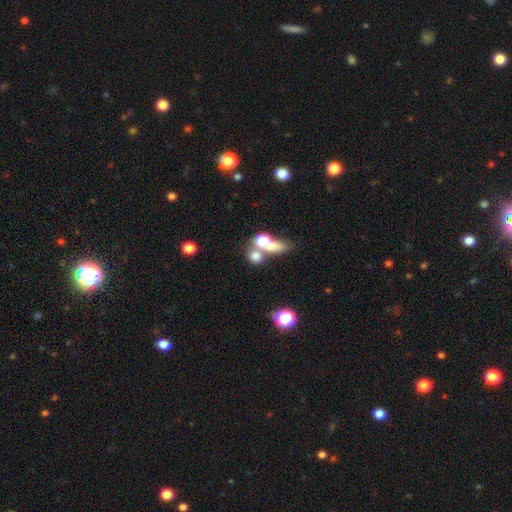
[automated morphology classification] smooth_or_featured: smooth (p=0.66) [alt: featured or disk p=0.19]
how_rounded: round (p=0.60) [alt: in between p=0.36]
merging: merger (p=0.54) [alt: none p=0.30]